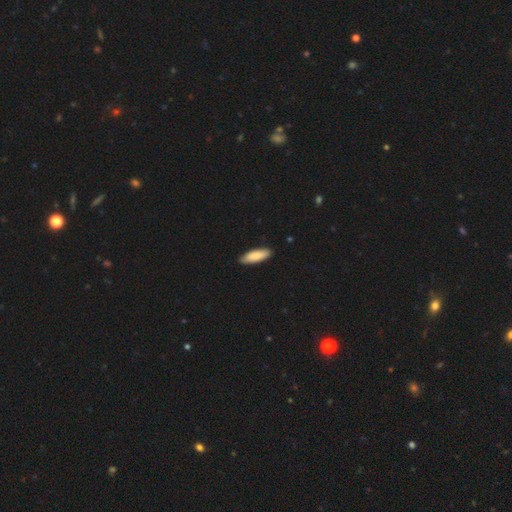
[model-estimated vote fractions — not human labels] The model was most divided on "how rounded": in between: 55%, cigar-shaped: 43%, round: 1%. More confident: merging — none (87%); smooth or featured — smooth (87%).